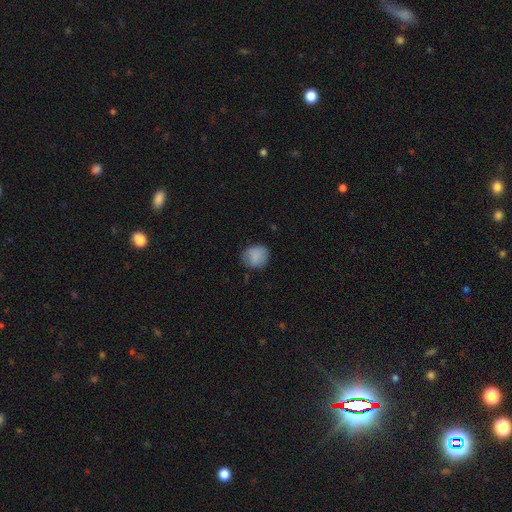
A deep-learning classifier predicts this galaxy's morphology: smooth 85%, star or artifact 8%, featured or disk 7%. Down the decision tree: how rounded — round (72%); merging — none (71%).